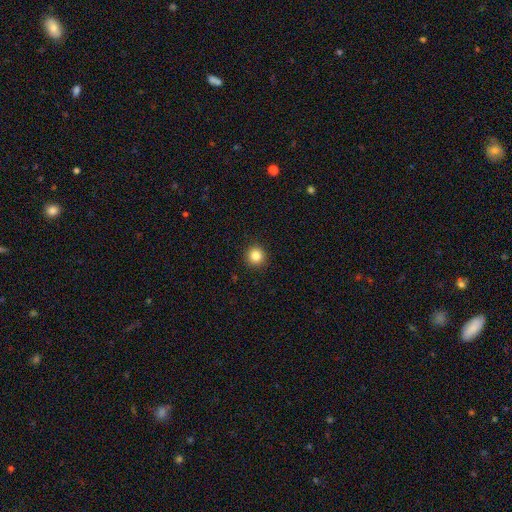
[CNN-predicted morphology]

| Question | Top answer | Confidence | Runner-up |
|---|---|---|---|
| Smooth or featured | smooth | 84% | star or artifact (11%) |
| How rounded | round | 95% | in between (4%) |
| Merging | none | 93% | minor disturbance (5%) |